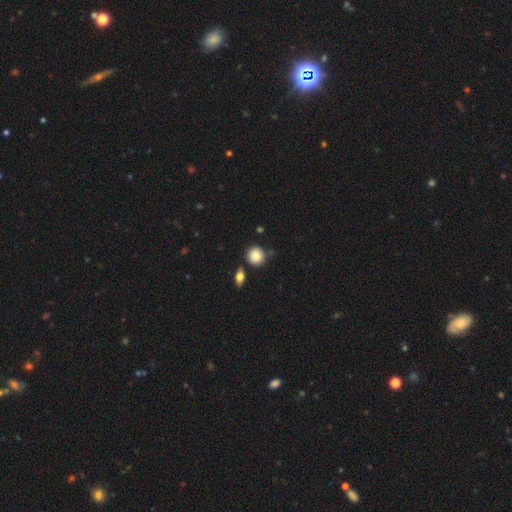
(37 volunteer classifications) A smooth galaxy with no disk features (81%) that is round (87%).

Vote fractions:
- Smooth or featured? smooth: 81% / featured or disk: 16% / star or artifact: 3%
- How rounded? round: 87% / in between: 13% / cigar-shaped: 0%
- Merging? none: 81% / merger: 11% / minor disturbance: 6% / major disturbance: 3%